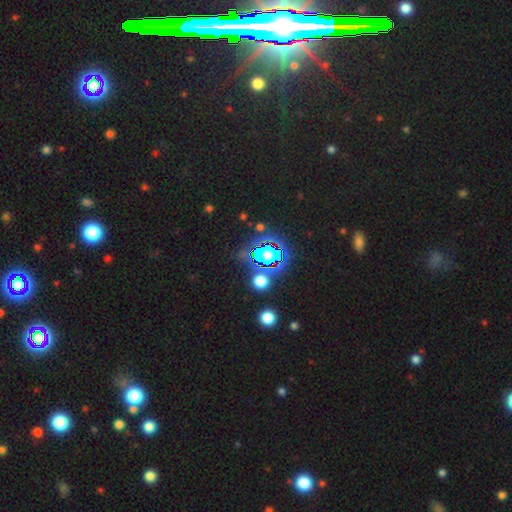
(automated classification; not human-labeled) Smooth or featured? Predicted: star or artifact (p=0.82).